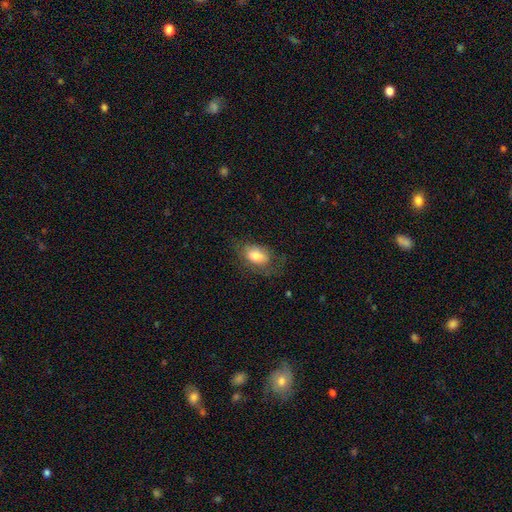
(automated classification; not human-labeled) Smooth or featured? Predicted: smooth (p=0.73). How rounded? Predicted: in between (p=0.87). Merging? Predicted: none (p=0.54).